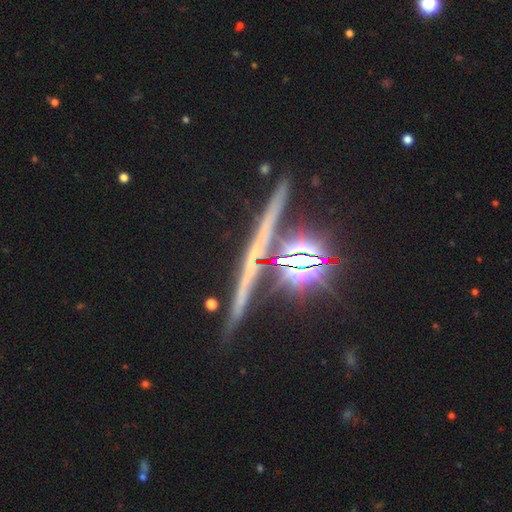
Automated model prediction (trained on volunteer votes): Smooth or featured?
  - star or artifact: 46% *
  - featured or disk: 40%
  - smooth: 14%